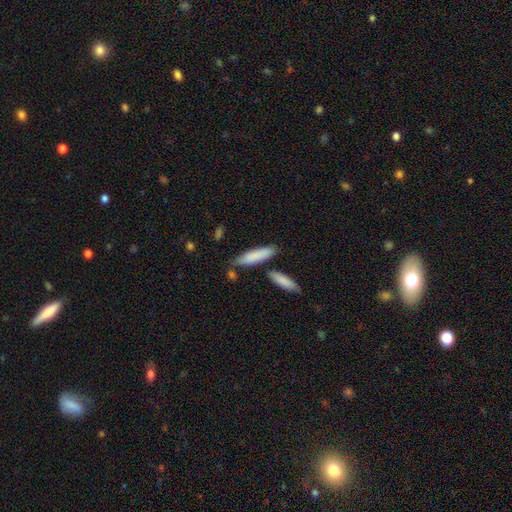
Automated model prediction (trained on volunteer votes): Smooth or featured: smooth — 82% (featured or disk — 12%)
How rounded: cigar-shaped — 68% (in between — 30%)
Merging: none — 71% (minor disturbance — 16%)